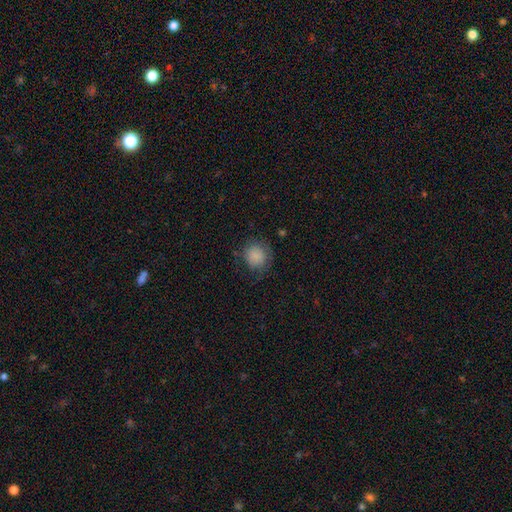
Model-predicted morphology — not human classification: Smooth or featured: smooth — 84% (star or artifact — 9%)
How rounded: round — 89% (in between — 11%)
Merging: none — 74% (minor disturbance — 18%)